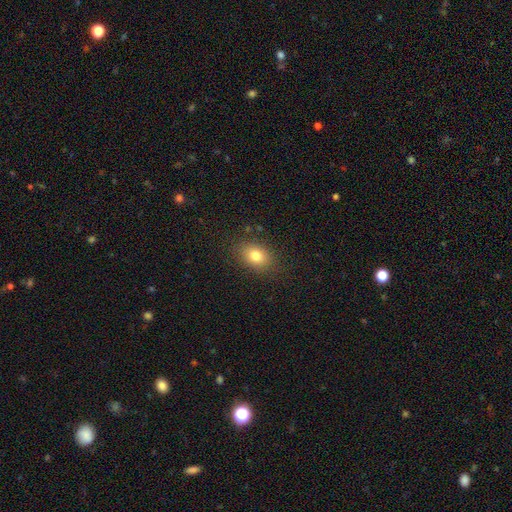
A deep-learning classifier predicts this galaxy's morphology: type=smooth (80%); roundness=in between (73%); merging=none (84%).